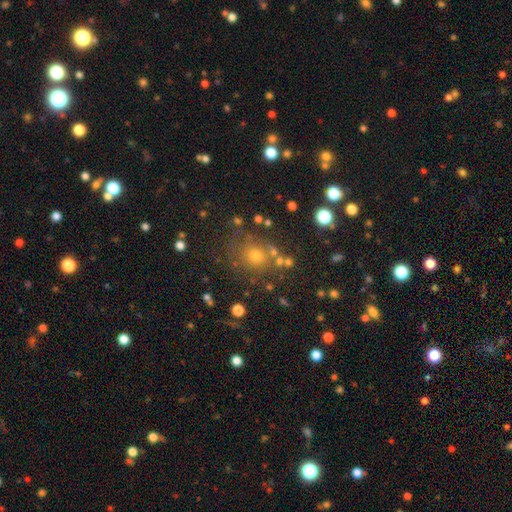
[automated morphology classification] smooth-or-featured: smooth: 63% | star or artifact: 26% | featured or disk: 12%
  how-rounded: round: 83% | in between: 16% | cigar-shaped: 1%
  merging: none: 75% | minor disturbance: 12% | merger: 8% | major disturbance: 6%